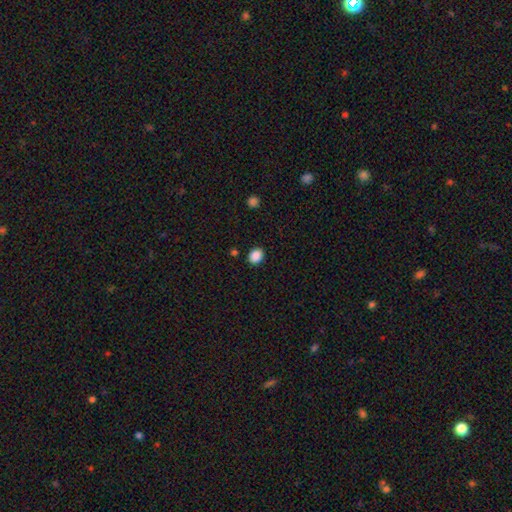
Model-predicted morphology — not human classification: Smooth or featured: smooth — 88% (star or artifact — 10%)
How rounded: in between — 50% (round — 49%)
Merging: none — 87% (minor disturbance — 9%)